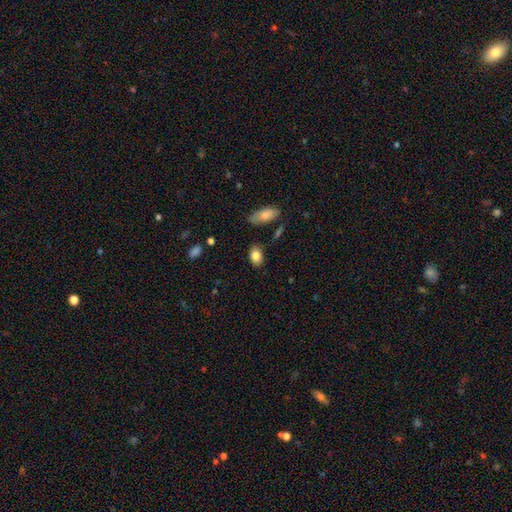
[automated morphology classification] Q: Smooth or featured?
A: smooth (83%); runner-up: featured or disk (9%)
Q: How rounded?
A: in between (87%); runner-up: round (12%)
Q: Merging?
A: none (82%); runner-up: minor disturbance (12%)